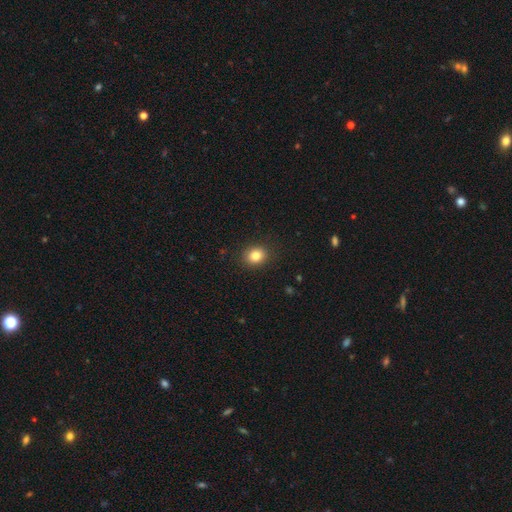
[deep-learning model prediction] Smooth or featured: smooth — 83% (star or artifact — 11%)
How rounded: round — 65% (in between — 34%)
Merging: none — 89% (minor disturbance — 8%)